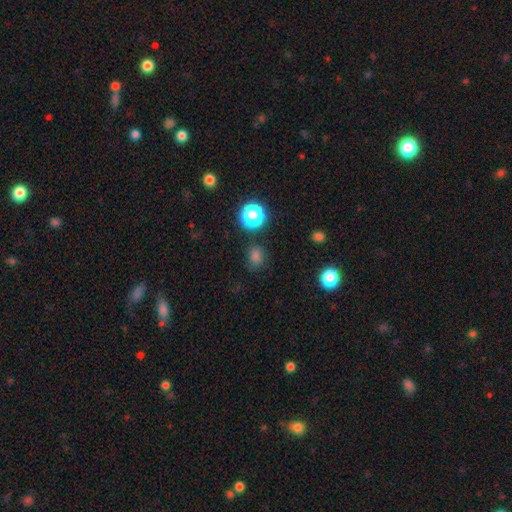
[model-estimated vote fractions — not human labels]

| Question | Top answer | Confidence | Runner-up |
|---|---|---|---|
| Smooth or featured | smooth | 72% | star or artifact (23%) |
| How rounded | round | 67% | in between (31%) |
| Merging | none | 78% | minor disturbance (14%) |